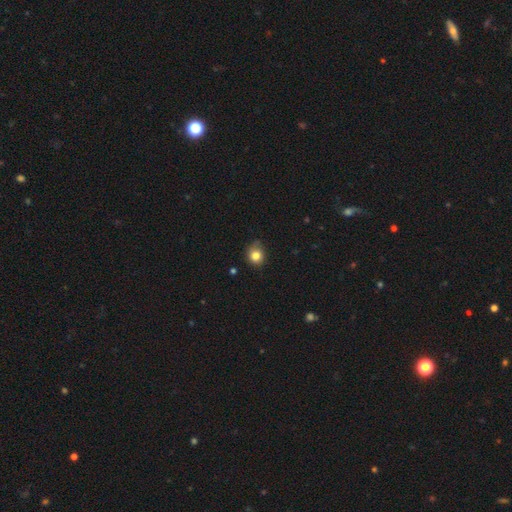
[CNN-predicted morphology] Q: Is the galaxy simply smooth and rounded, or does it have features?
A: smooth — 82%.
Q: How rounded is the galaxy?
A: round — 80%.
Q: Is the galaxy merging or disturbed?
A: none — 67%.